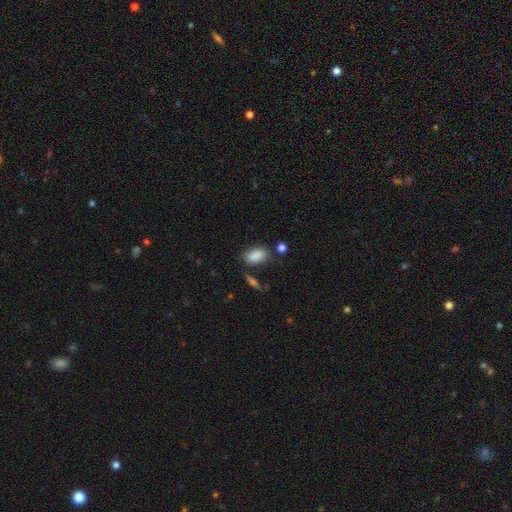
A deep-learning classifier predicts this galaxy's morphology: A smooth galaxy with no disk features (87%) that is in between round and cigar-shaped (91%). Merging: none (74%).